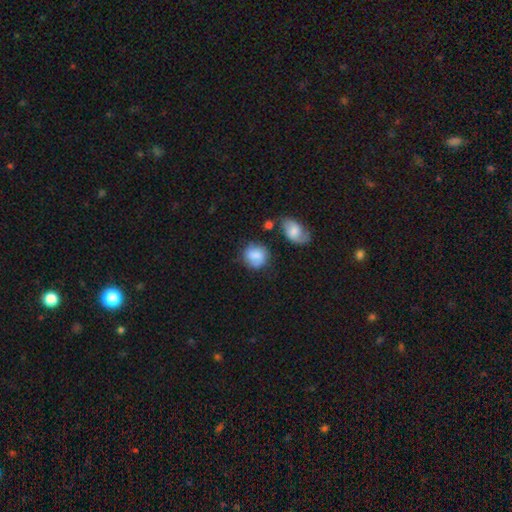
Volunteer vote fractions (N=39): smooth-or-featured: smooth: 74% | featured or disk: 18% | star or artifact: 8%
  how-rounded: round: 90% | in between: 10% | cigar-shaped: 0%
  merging: none: 72% | minor disturbance: 22% | major disturbance: 6% | merger: 0%